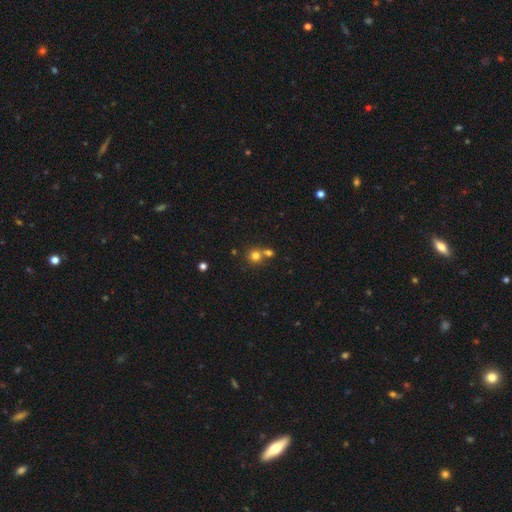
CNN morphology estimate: Q: Smooth or featured?
A: smooth (77%); runner-up: star or artifact (14%)
Q: How rounded?
A: round (88%); runner-up: in between (11%)
Q: Merging?
A: none (52%); runner-up: merger (39%)